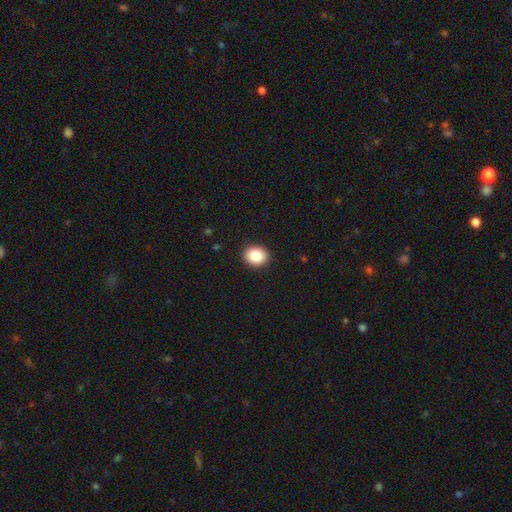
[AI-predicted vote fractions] Morphology: type=smooth (85%); roundness=round (62%); merging=none (92%).